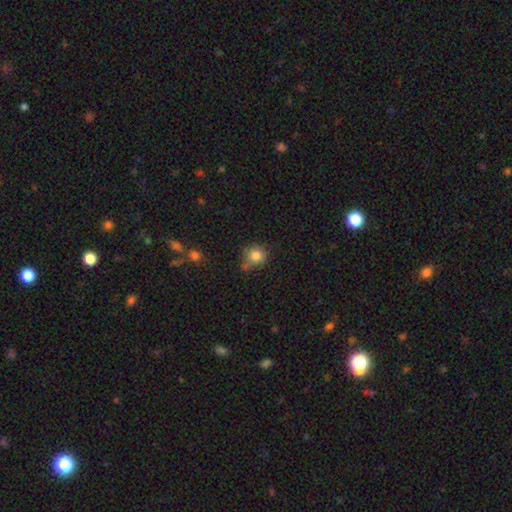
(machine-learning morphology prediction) smooth 82%, star or artifact 10%, featured or disk 7%. Down the decision tree: how rounded — round (85%); merging — none (62%).